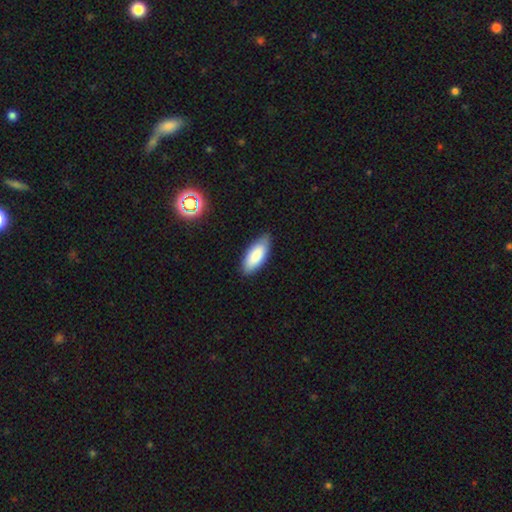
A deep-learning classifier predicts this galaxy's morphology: smooth_or_featured: smooth (p=0.84) [alt: featured or disk p=0.10]
how_rounded: in between (p=0.85) [alt: cigar-shaped p=0.14]
merging: none (p=0.83) [alt: minor disturbance p=0.14]